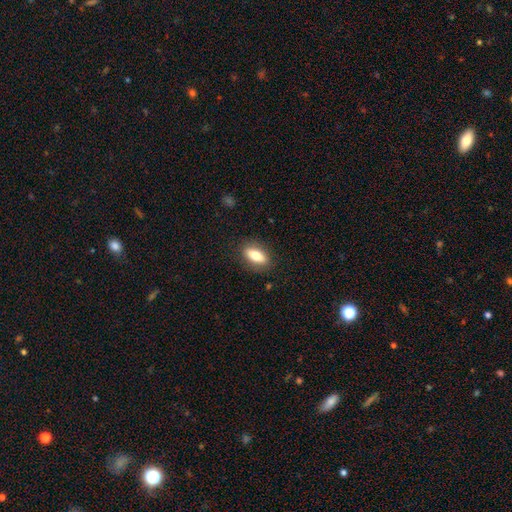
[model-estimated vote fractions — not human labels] smooth-or-featured: smooth: 73% | featured or disk: 20% | star or artifact: 7%
  how-rounded: in between: 80% | cigar-shaped: 16% | round: 5%
  merging: none: 86% | minor disturbance: 10% | major disturbance: 3% | merger: 1%